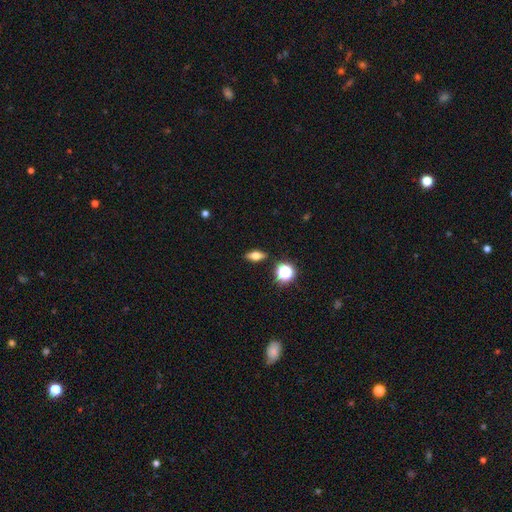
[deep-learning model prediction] This appears to be a smooth galaxy with no disk features (62%) that is in between round and cigar-shaped (70%). Merging: none (88%).